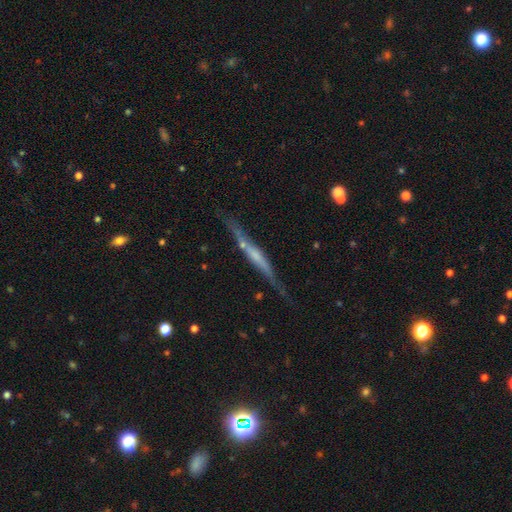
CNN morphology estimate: This appears to be a featured or disk galaxy (70%) viewed edge-on (95%) with no central bulge (47%). Merging: none (74%).